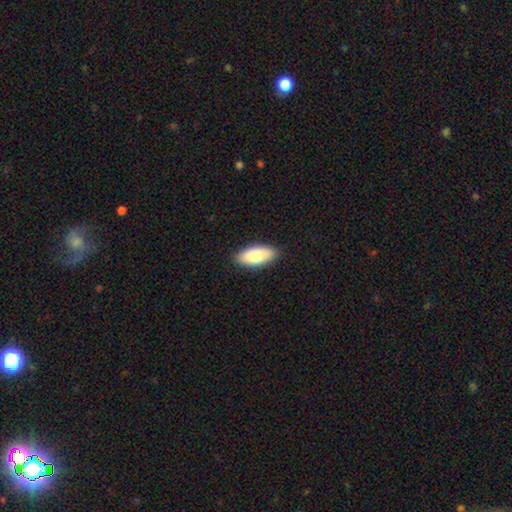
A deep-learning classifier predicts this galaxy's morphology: smooth_or_featured: smooth (p=0.84) [alt: featured or disk p=0.10]
how_rounded: in between (p=0.87) [alt: cigar-shaped p=0.11]
merging: none (p=0.89) [alt: minor disturbance p=0.09]